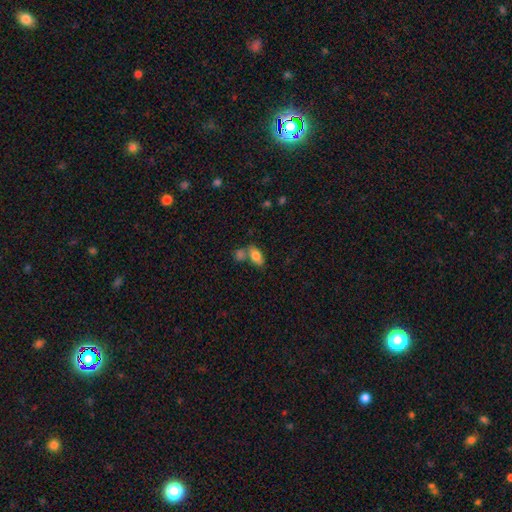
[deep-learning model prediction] A smooth galaxy with no disk features (80%) that is in between round and cigar-shaped (90%). Merging: none (43%).